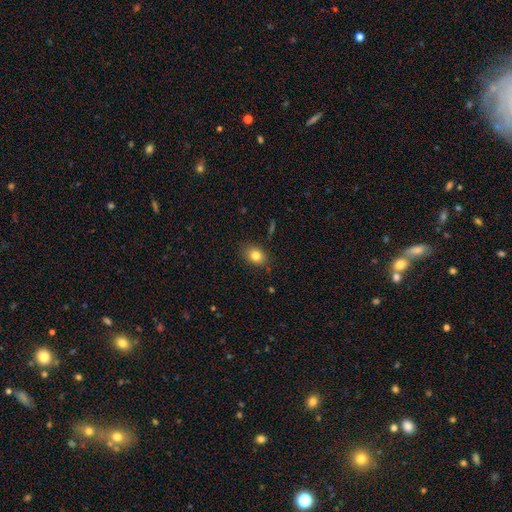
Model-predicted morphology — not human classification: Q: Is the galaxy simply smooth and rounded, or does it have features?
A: smooth — 81%.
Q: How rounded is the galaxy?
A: in between — 58%.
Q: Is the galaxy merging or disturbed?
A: none — 84%.